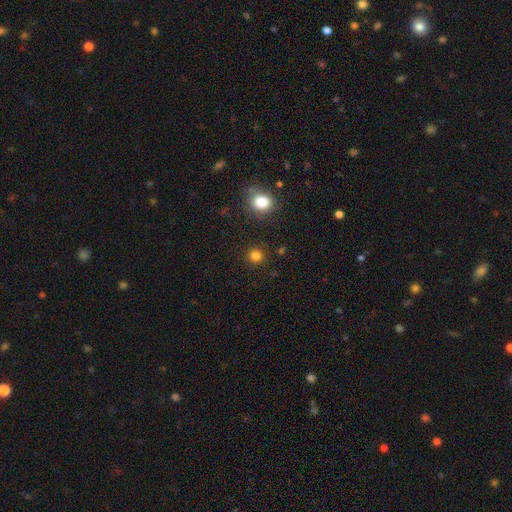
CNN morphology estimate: Q: Smooth or featured?
A: smooth (81%); runner-up: star or artifact (15%)
Q: How rounded?
A: round (90%); runner-up: in between (9%)
Q: Merging?
A: none (89%); runner-up: minor disturbance (6%)